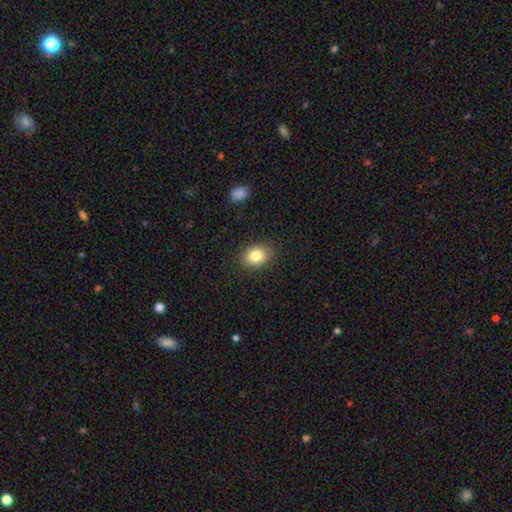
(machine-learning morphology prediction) This appears to be a smooth galaxy with no disk features (81%) that is in between round and cigar-shaped (58%). Merging: none (86%).